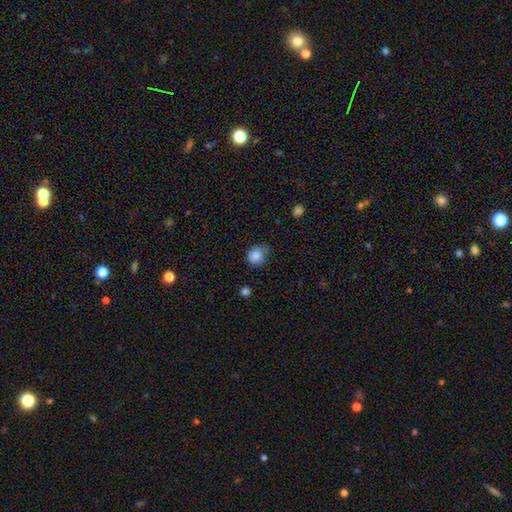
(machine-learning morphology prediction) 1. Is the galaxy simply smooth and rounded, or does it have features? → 86% smooth, 10% star or artifact, 4% featured or disk.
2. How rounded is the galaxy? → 81% round, 18% in between, 1% cigar-shaped.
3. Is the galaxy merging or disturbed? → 56% none, 35% minor disturbance, 7% major disturbance, 2% merger.